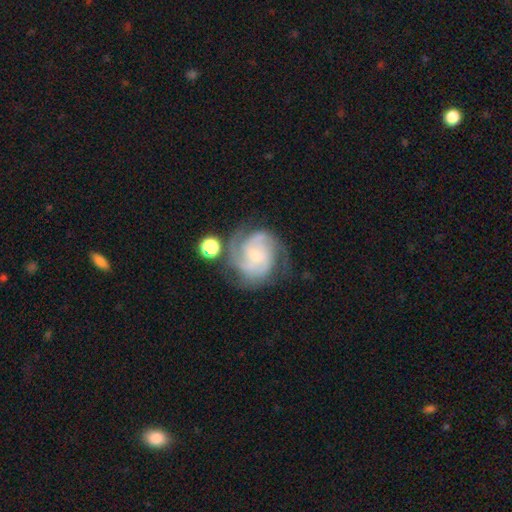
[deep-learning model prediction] This appears to be a featured or disk galaxy (86%) with no bar (62%), 3 (39%) tight (54%) spiral arms (97%) and a small central bulge (61%). Merging: none (65%).